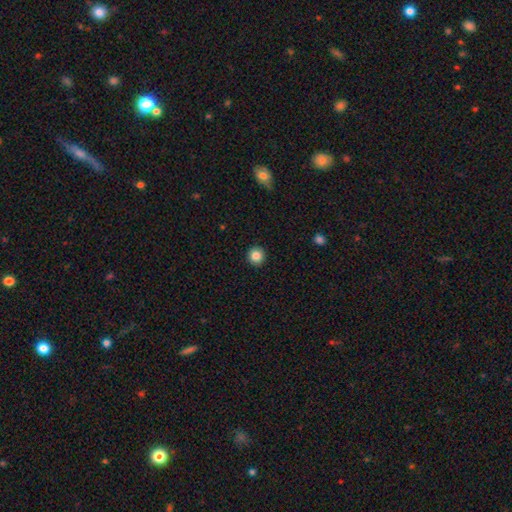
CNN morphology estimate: Overall: smooth (85%). How rounded: round (94%). Merging: none (93%).